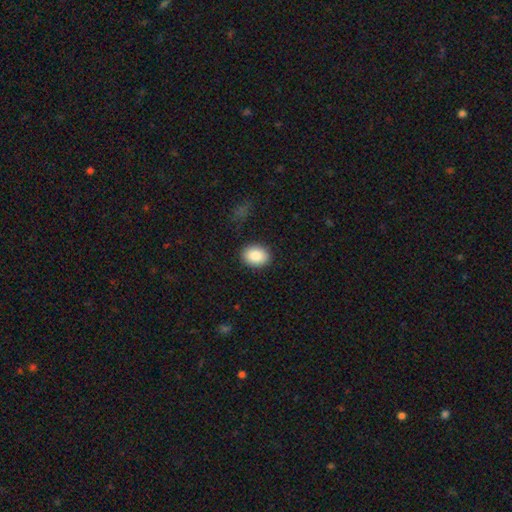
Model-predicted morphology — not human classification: smooth_or_featured: smooth (p=0.88) [alt: star or artifact p=0.07]
how_rounded: in between (p=0.68) [alt: round p=0.31]
merging: none (p=0.88) [alt: minor disturbance p=0.08]